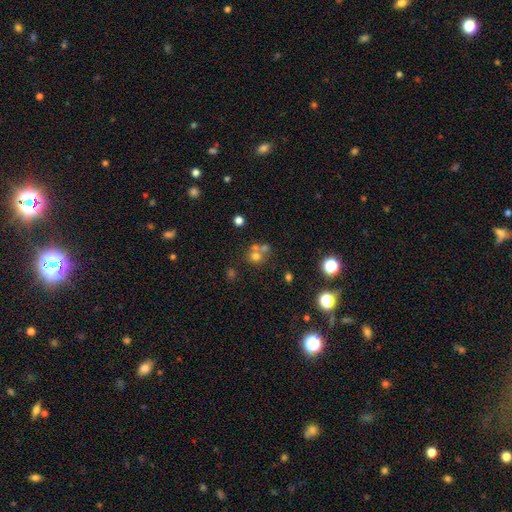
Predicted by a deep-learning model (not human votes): The model was most divided on "merging": merger: 45%, none: 43%, minor disturbance: 8%, major disturbance: 5%. More confident: how rounded — round (82%); smooth or featured — smooth (63%).